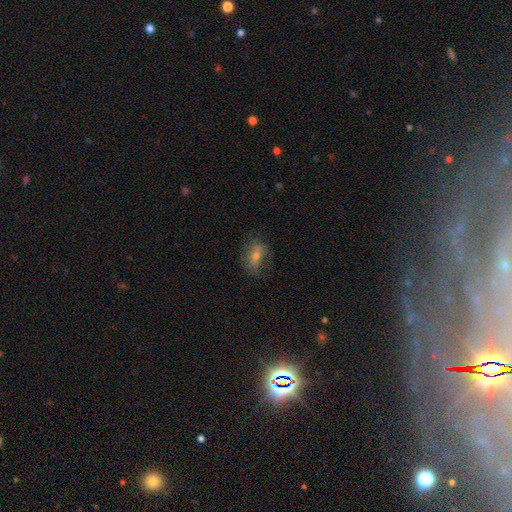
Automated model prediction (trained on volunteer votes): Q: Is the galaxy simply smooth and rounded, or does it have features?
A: smooth — 59%.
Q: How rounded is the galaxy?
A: in between — 79%.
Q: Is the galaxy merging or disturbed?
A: none — 60%.